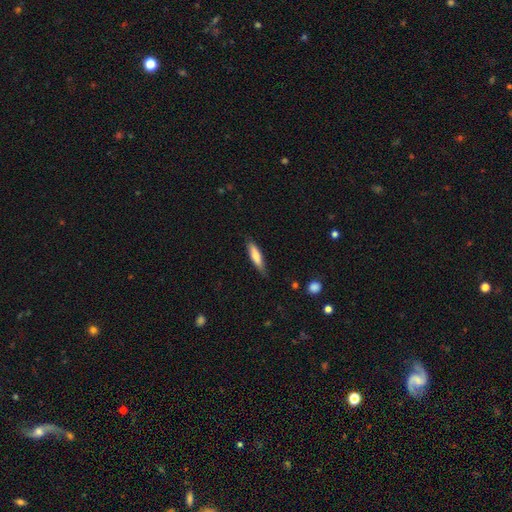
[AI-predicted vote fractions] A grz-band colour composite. It shows a smooth galaxy with no disk features (71%) that is cigar-shaped (77%). Merging: none (75%).